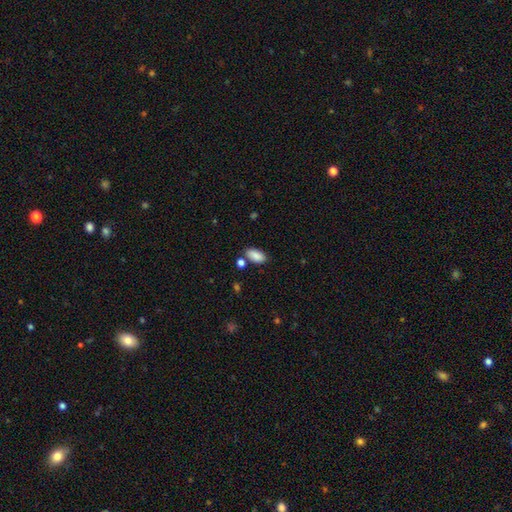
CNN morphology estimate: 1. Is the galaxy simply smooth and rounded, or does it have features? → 88% smooth, 8% star or artifact, 4% featured or disk.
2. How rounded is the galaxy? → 93% in between, 4% cigar-shaped, 3% round.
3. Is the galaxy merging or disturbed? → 75% none, 13% minor disturbance, 9% merger, 3% major disturbance.